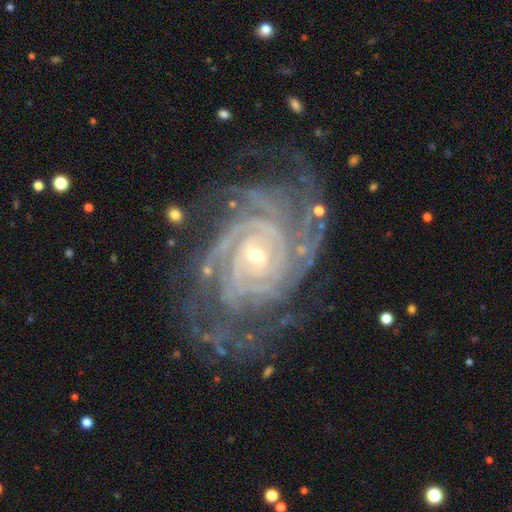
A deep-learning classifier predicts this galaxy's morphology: smooth-or-featured: featured or disk: 93% | star or artifact: 5% | smooth: 3%
  disk-edge-on: no: 97% | yes: 3%
    bar: no: 57% | weak: 30% | strong: 14%
    has-spiral-arms: yes: 98% | no: 2%
      spiral-winding: tight: 78% | medium: 19% | loose: 3%
      spiral-arm-count: 4: 24% | can't tell: 19% | 3: 18% | more than 4: 17% | 2: 14% | 1: 8%
    bulge-size: small: 62% | moderate: 34% | large: 2% | none: 1% | dominant: 1%
  merging: none: 65% | minor disturbance: 19% | major disturbance: 14% | merger: 2%